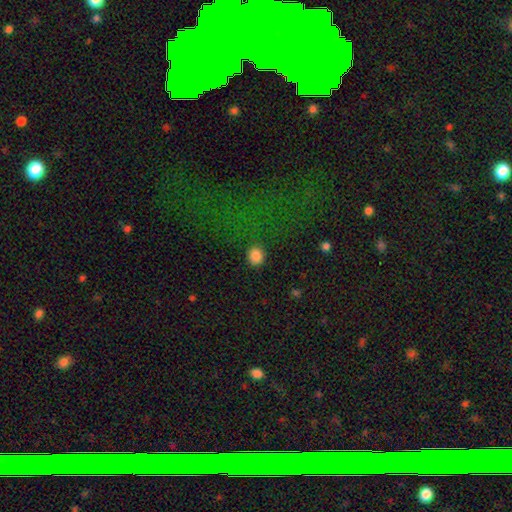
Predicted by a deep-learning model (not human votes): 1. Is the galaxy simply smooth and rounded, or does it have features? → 87% smooth, 10% star or artifact, 3% featured or disk.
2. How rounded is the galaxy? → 80% round, 19% in between, 1% cigar-shaped.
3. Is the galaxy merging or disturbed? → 89% none, 7% minor disturbance, 3% major disturbance, 1% merger.